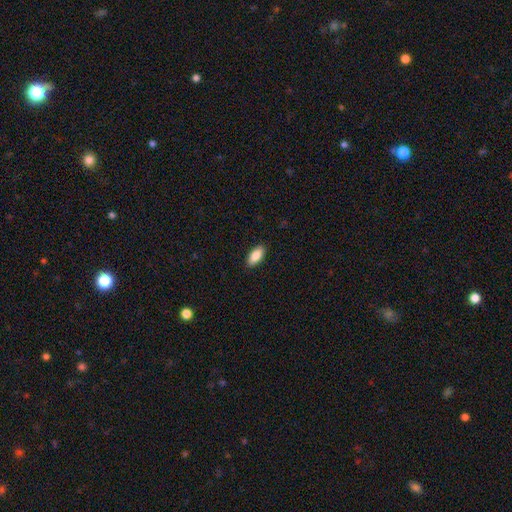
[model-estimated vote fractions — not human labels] The model was most divided on "smooth or featured": smooth: 84%, featured or disk: 10%, star or artifact: 6%. More confident: merging — none (90%); how rounded — in between (87%).